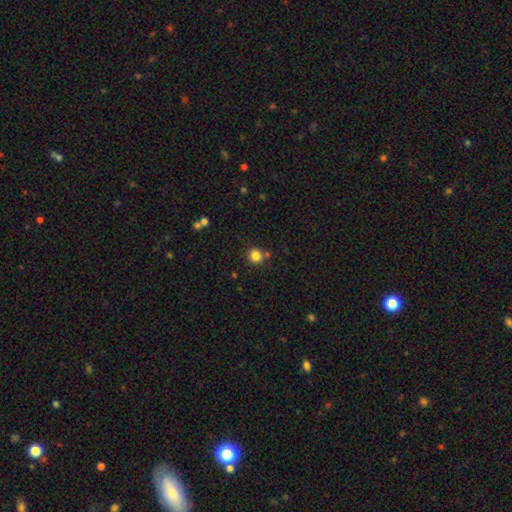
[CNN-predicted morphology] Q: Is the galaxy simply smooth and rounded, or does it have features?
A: smooth — 83%.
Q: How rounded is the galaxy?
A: round — 91%.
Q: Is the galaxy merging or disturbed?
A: none — 80%.